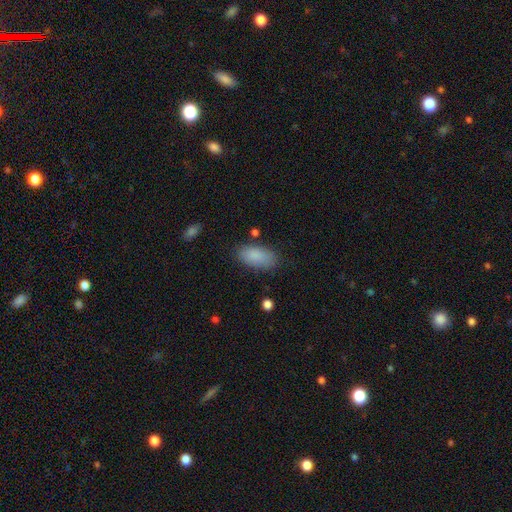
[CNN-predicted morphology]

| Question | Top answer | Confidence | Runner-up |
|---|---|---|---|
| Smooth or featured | smooth | 88% | star or artifact (7%) |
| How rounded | in between | 92% | cigar-shaped (5%) |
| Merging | none | 80% | minor disturbance (14%) |